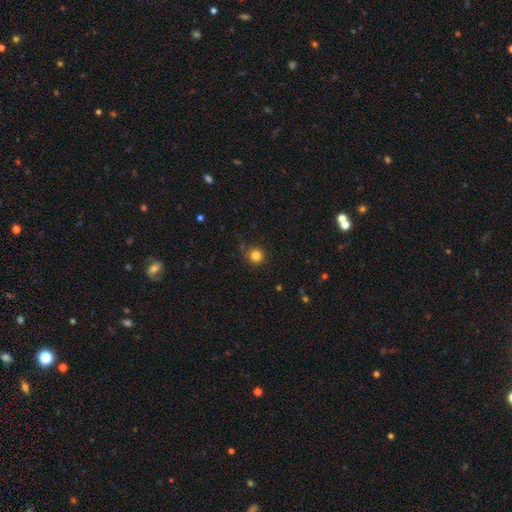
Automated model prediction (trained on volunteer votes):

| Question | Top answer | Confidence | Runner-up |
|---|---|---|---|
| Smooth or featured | smooth | 82% | star or artifact (13%) |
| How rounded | round | 94% | in between (5%) |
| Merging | none | 86% | minor disturbance (9%) |